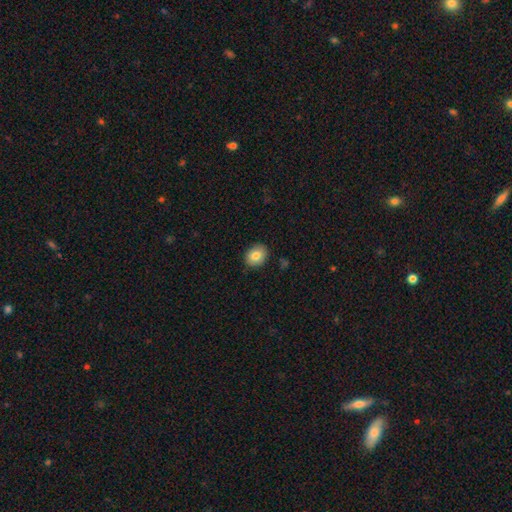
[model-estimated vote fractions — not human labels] smooth_or_featured: smooth (p=0.83) [alt: featured or disk p=0.09]
how_rounded: in between (p=0.51) [alt: round p=0.48]
merging: none (p=0.88) [alt: minor disturbance p=0.09]